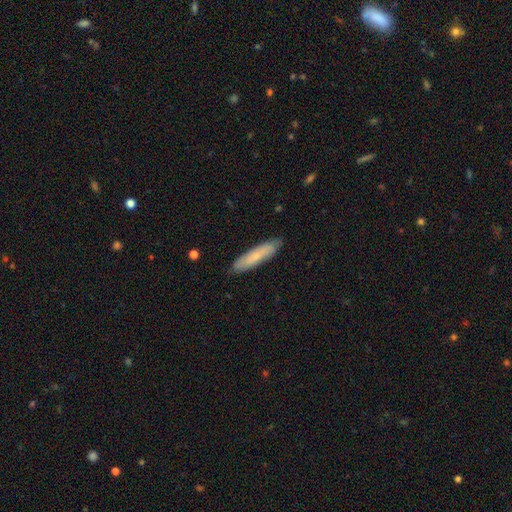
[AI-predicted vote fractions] smooth_or_featured: smooth (p=0.71) [alt: featured or disk p=0.23]
how_rounded: cigar-shaped (p=0.79) [alt: in between p=0.19]
merging: none (p=0.87) [alt: minor disturbance p=0.10]